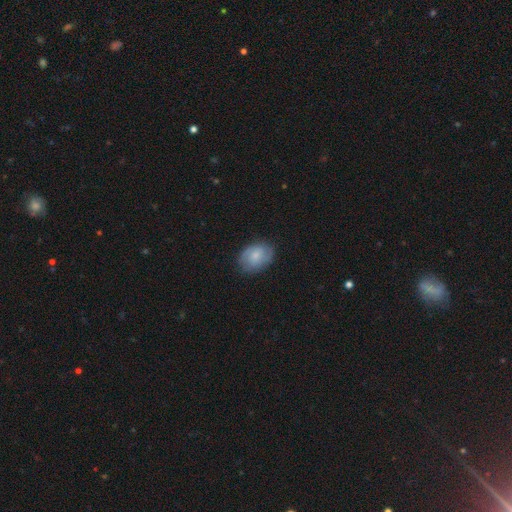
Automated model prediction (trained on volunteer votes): Smooth or featured: smooth — 66% (featured or disk — 28%)
How rounded: in between — 75% (round — 24%)
Merging: none — 78% (minor disturbance — 17%)